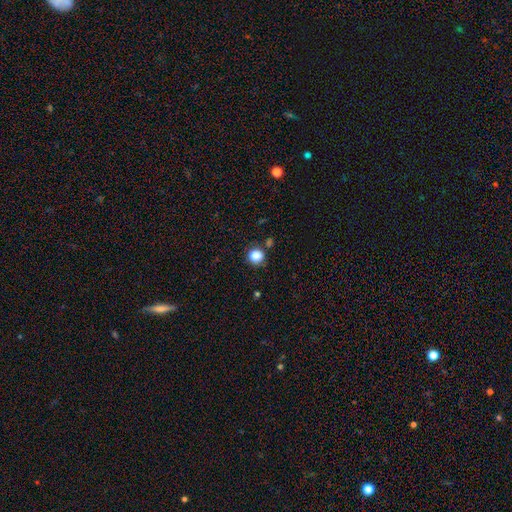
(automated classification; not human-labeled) Smooth or featured: smooth — 85% (star or artifact — 11%)
How rounded: round — 82% (in between — 17%)
Merging: none — 79% (minor disturbance — 13%)